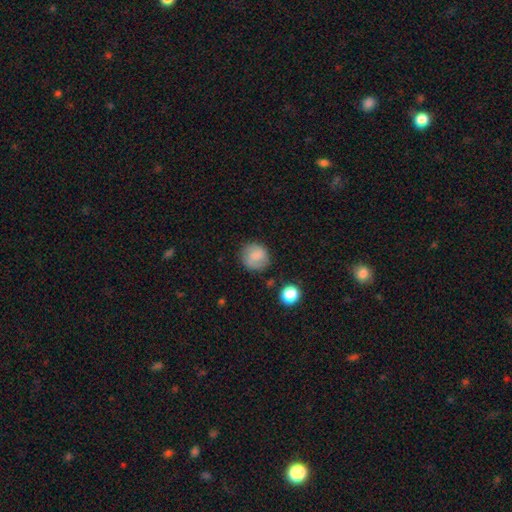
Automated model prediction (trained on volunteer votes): smooth-or-featured: smooth: 67% | featured or disk: 23% | star or artifact: 9%
  how-rounded: round: 84% | in between: 15% | cigar-shaped: 1%
  merging: none: 78% | minor disturbance: 15% | major disturbance: 5% | merger: 2%